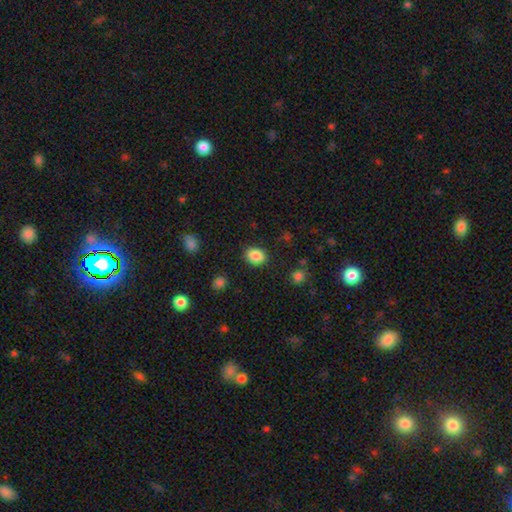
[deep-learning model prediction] Morphology: type=smooth (86%); roundness=round (52%); merging=none (87%).